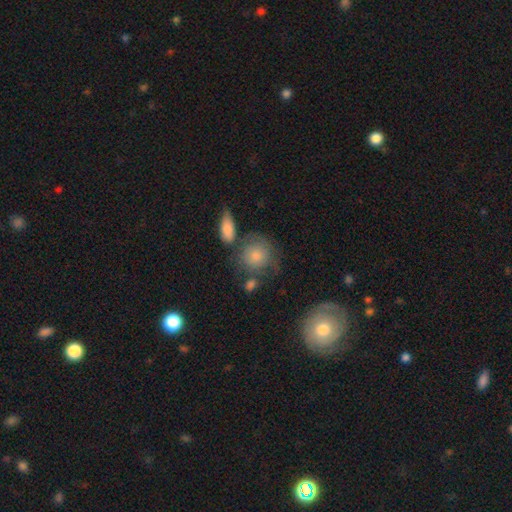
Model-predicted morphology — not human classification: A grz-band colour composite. It shows a smooth galaxy with no disk features (70%) that is round (82%). Merging: none (60%).